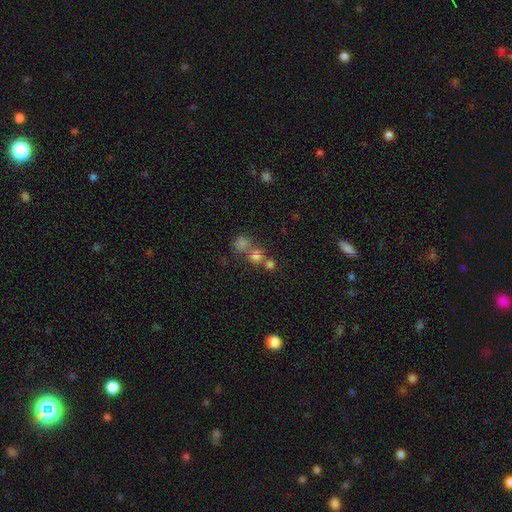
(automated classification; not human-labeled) The model was most divided on "merging": none: 48%, merger: 41%, minor disturbance: 7%, major disturbance: 4%. More confident: how rounded — round (84%); smooth or featured — smooth (68%).